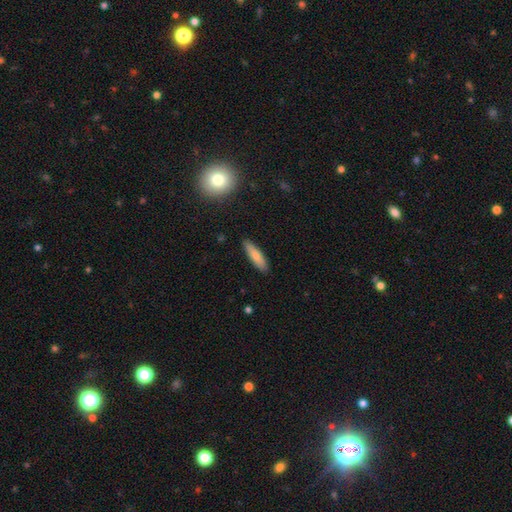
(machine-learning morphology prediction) This appears to be a smooth galaxy with no disk features (78%) that is cigar-shaped (68%). Merging: none (87%).